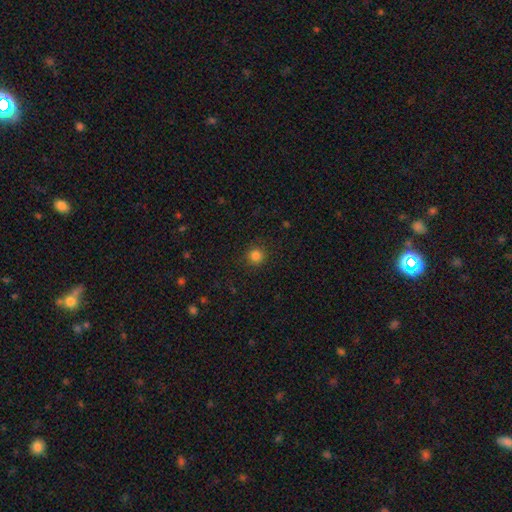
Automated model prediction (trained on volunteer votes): smooth_or_featured: smooth (p=0.83) [alt: star or artifact p=0.13]
how_rounded: round (p=0.94) [alt: in between p=0.05]
merging: none (p=0.90) [alt: minor disturbance p=0.06]